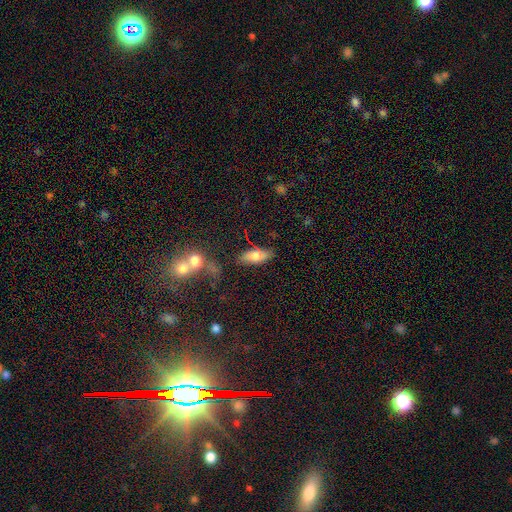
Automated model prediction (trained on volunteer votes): Q: Smooth or featured?
A: smooth (73%); runner-up: featured or disk (19%)
Q: How rounded?
A: in between (78%); runner-up: cigar-shaped (19%)
Q: Merging?
A: none (76%); runner-up: minor disturbance (14%)